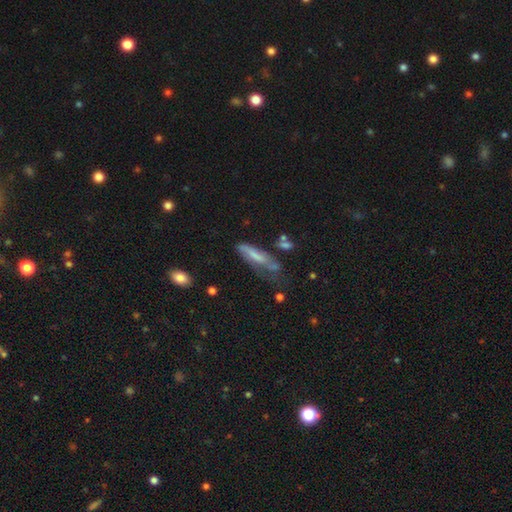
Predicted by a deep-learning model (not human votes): Smooth or featured?
  - smooth: 52% *
  - featured or disk: 38%
  - star or artifact: 9%
How rounded?
  - cigar-shaped: 66% *
  - in between: 32%
  - round: 2%
Merging?
  - none: 33% *
  - major disturbance: 30%
  - minor disturbance: 29%
  - merger: 8%